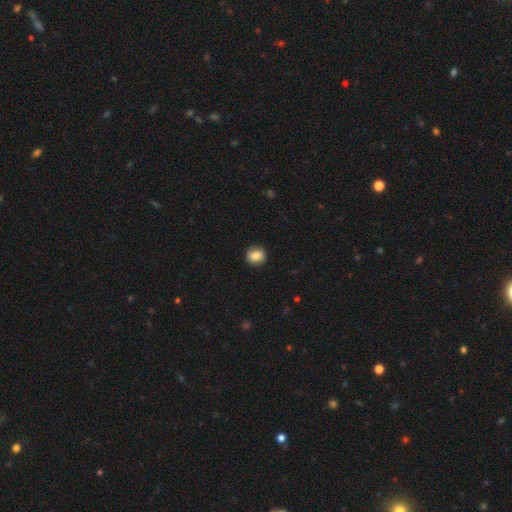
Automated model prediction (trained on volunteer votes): smooth_or_featured: smooth (p=0.84) [alt: star or artifact p=0.08]
how_rounded: round (p=0.76) [alt: in between p=0.22]
merging: none (p=0.91) [alt: minor disturbance p=0.06]